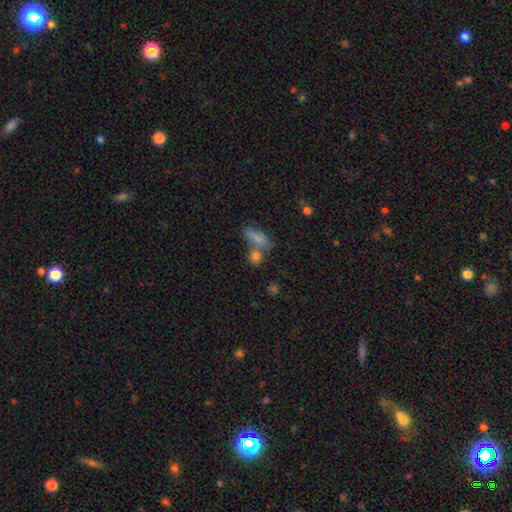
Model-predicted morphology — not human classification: smooth-or-featured: smooth: 79% | star or artifact: 12% | featured or disk: 9%
  how-rounded: in between: 60% | round: 30% | cigar-shaped: 10%
  merging: none: 45% | merger: 39% | minor disturbance: 11% | major disturbance: 5%